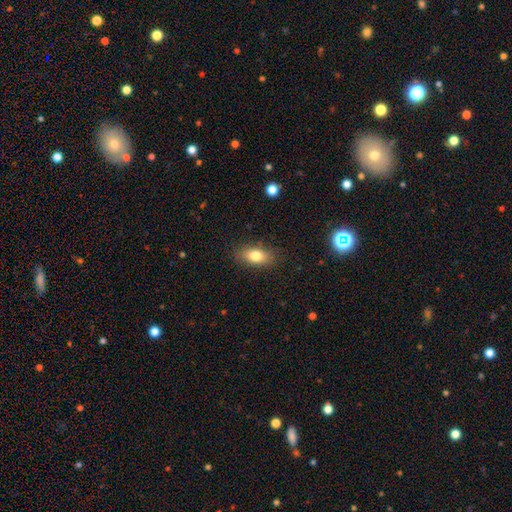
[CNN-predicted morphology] type=smooth (79%); roundness=in between (84%); merging=none (85%).